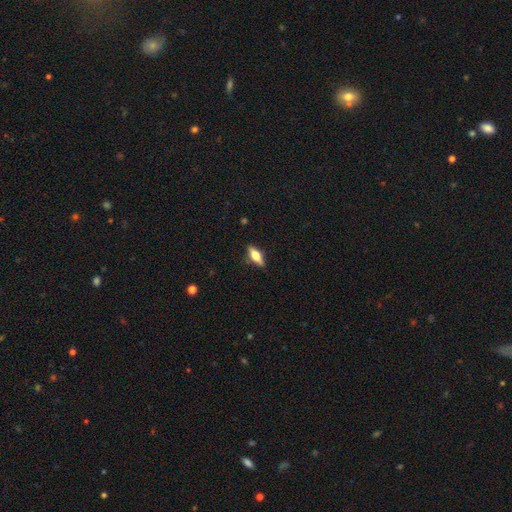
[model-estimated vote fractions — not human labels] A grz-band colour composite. It shows a smooth galaxy with no disk features (48%). Merging: none (86%).